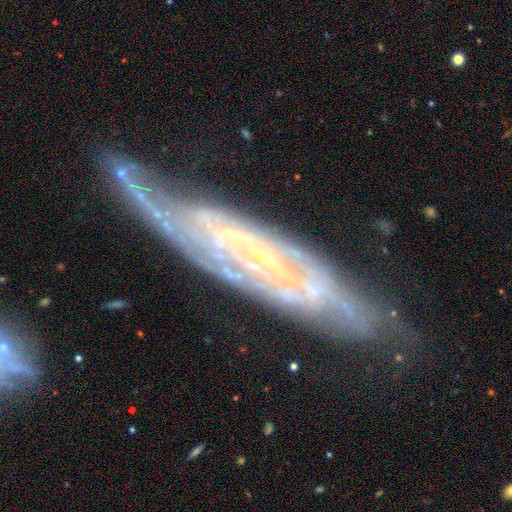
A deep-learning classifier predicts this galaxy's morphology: featured or disk 85%, smooth 8%, star or artifact 7%. Down the decision tree: edge-on disk — no (74%); bar — no (46%); spiral arms — yes (93%); spiral arm count — can't tell (39%); spiral winding — tight (61%); bulge size — small (79%); merging — none (55%).